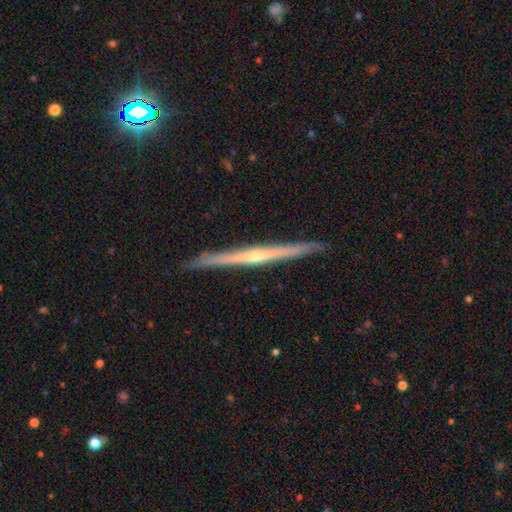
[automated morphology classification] This is likely a featured or disk galaxy (79%). It is clearly viewed edge-on (98%). Edge-on bulge: likely rounded (66%). Merging: clearly none (92%).